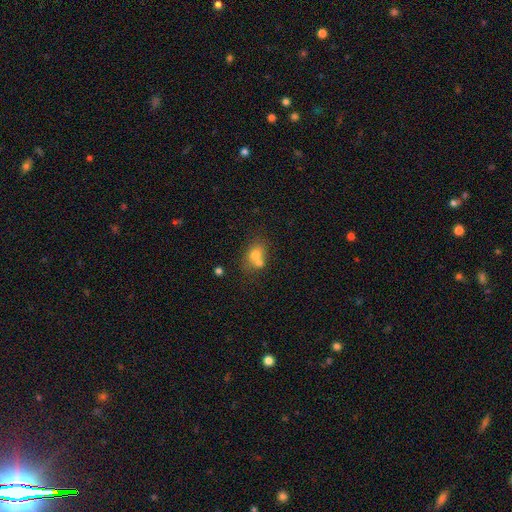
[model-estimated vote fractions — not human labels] smooth 69%, featured or disk 18%, star or artifact 13%. Down the decision tree: how rounded — round (52%); merging — merger (45%).